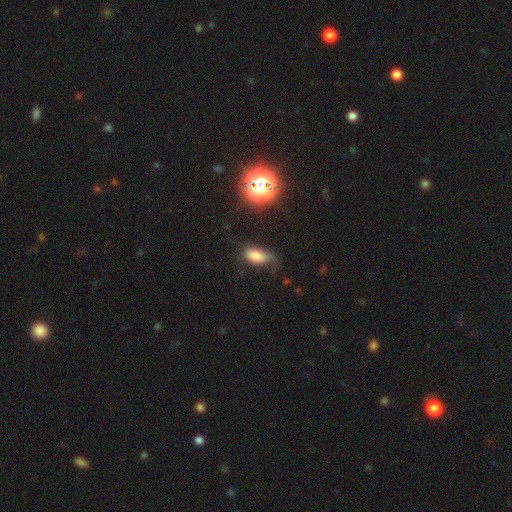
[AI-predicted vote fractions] Q: Smooth or featured?
A: smooth (77%); runner-up: star or artifact (13%)
Q: How rounded?
A: in between (86%); runner-up: cigar-shaped (9%)
Q: Merging?
A: none (41%); runner-up: minor disturbance (35%)